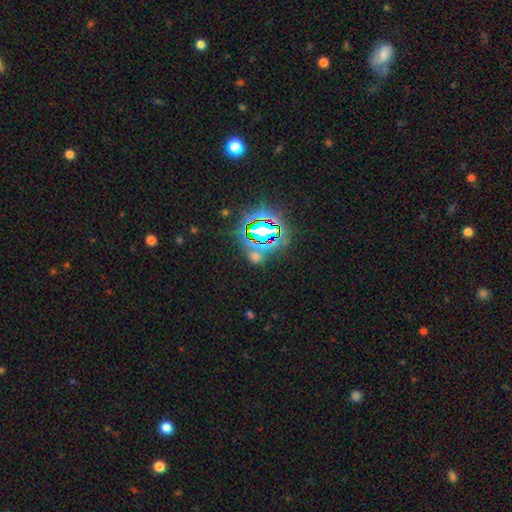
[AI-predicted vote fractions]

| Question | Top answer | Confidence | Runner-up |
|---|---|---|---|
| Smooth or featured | star or artifact | 63% | smooth (28%) |